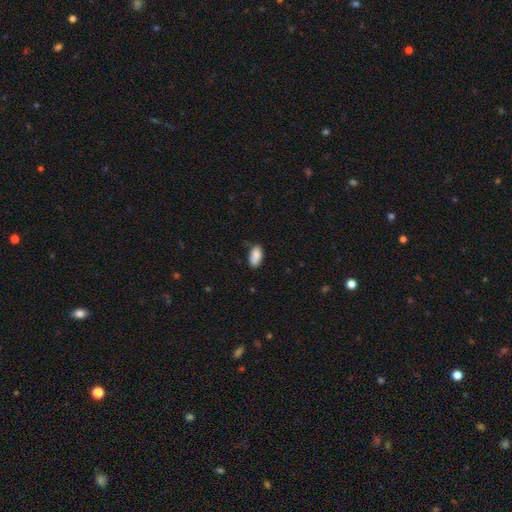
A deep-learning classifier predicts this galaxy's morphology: smooth_or_featured: smooth (p=0.88) [alt: star or artifact p=0.07]
how_rounded: in between (p=0.92) [alt: cigar-shaped p=0.05]
merging: none (p=0.77) [alt: minor disturbance p=0.18]